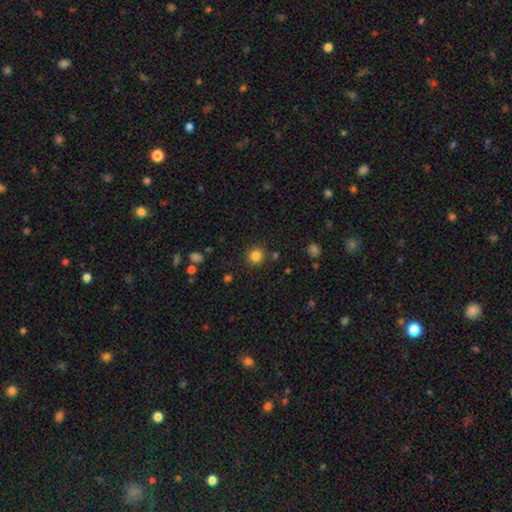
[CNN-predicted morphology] Q: Smooth or featured?
A: smooth (83%); runner-up: star or artifact (12%)
Q: How rounded?
A: round (92%); runner-up: in between (7%)
Q: Merging?
A: none (88%); runner-up: minor disturbance (7%)